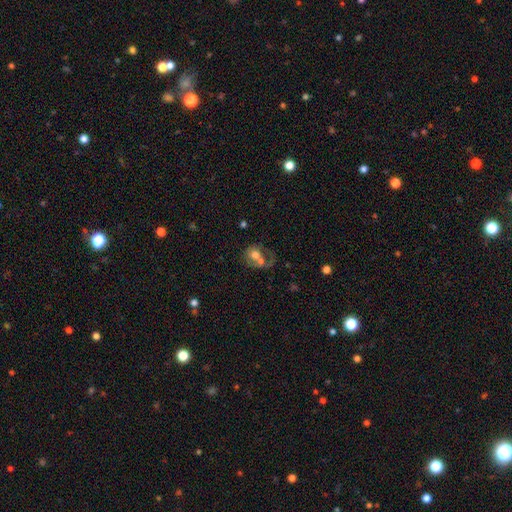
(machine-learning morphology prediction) smooth_or_featured: smooth (p=0.53) [alt: featured or disk p=0.36]
how_rounded: round (p=0.59) [alt: in between p=0.40]
merging: merger (p=0.52) [alt: none p=0.21]